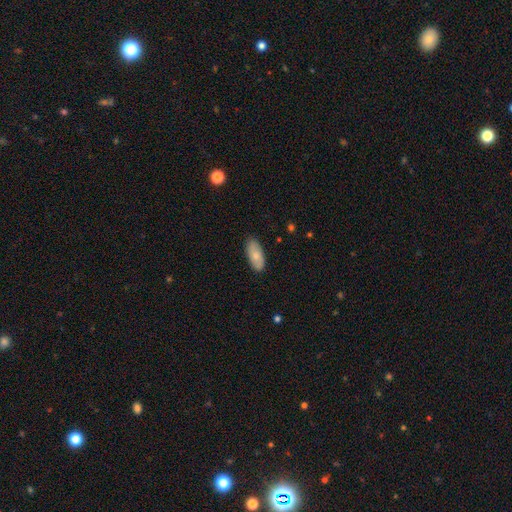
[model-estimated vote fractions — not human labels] smooth 73%, featured or disk 21%, star or artifact 6%. Down the decision tree: how rounded — in between (88%); merging — none (85%).